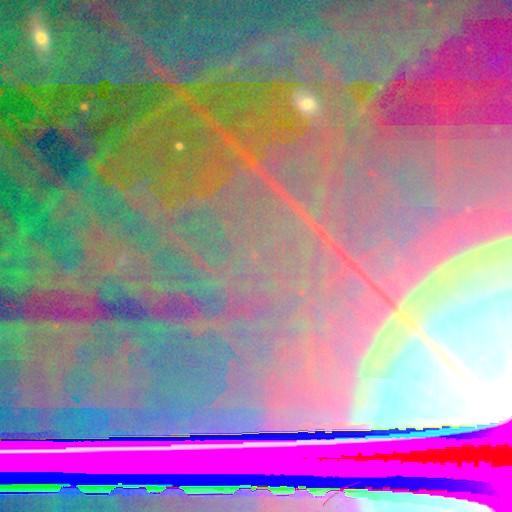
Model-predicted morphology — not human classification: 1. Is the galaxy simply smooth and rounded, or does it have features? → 85% star or artifact, 9% featured or disk, 6% smooth.